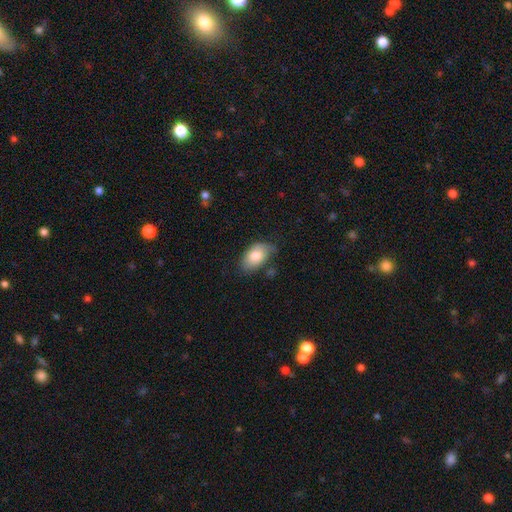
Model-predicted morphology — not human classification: This is likely a smooth galaxy (79%). How rounded: clearly in between (91%). Merging: possibly none (59%).